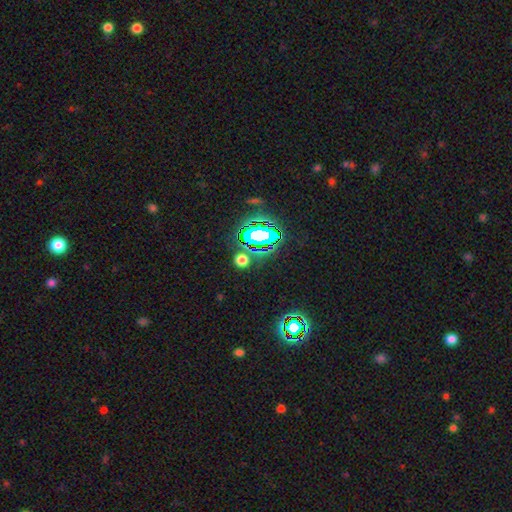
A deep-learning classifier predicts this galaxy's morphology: smooth_or_featured: star or artifact (p=0.81) [alt: smooth p=0.13]